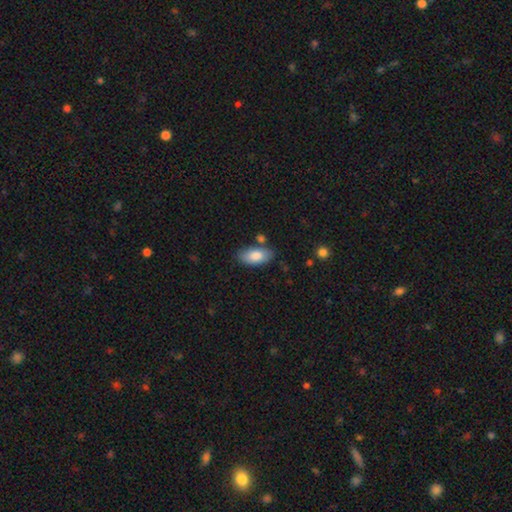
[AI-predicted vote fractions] smooth-or-featured: smooth: 83% | featured or disk: 11% | star or artifact: 6%
  how-rounded: in between: 92% | cigar-shaped: 6% | round: 2%
  merging: none: 76% | minor disturbance: 14% | merger: 6% | major disturbance: 3%